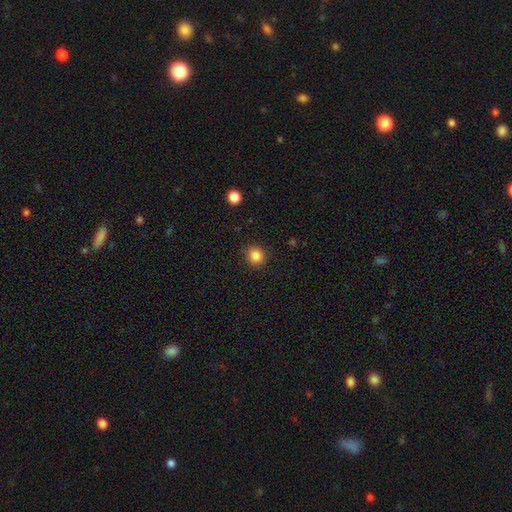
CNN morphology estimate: smooth_or_featured: smooth (p=0.85) [alt: star or artifact p=0.11]
how_rounded: round (p=0.86) [alt: in between p=0.13]
merging: none (p=0.89) [alt: minor disturbance p=0.08]